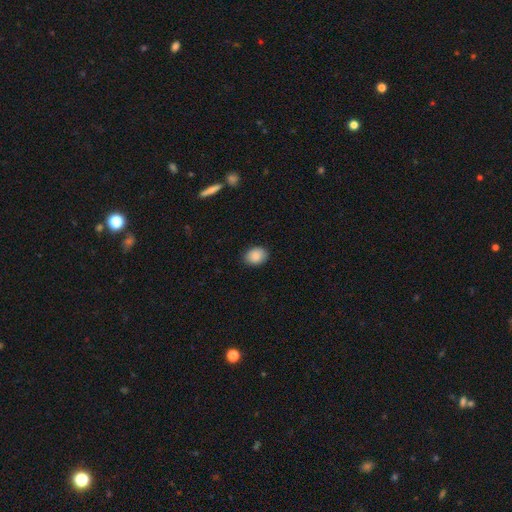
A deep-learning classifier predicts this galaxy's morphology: type=smooth (89%); roundness=in between (62%); merging=none (87%).